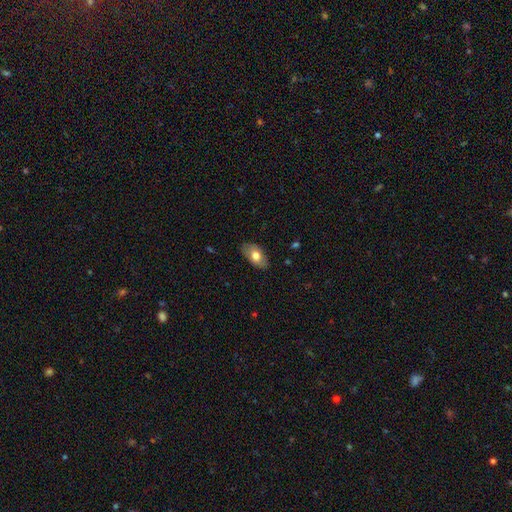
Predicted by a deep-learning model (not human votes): Q: Smooth or featured?
A: smooth (71%); runner-up: featured or disk (23%)
Q: How rounded?
A: in between (93%); runner-up: round (5%)
Q: Merging?
A: none (83%); runner-up: minor disturbance (13%)